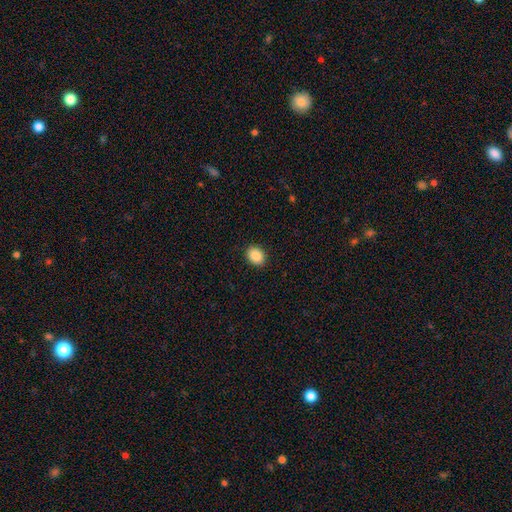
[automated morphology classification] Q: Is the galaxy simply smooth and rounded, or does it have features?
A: smooth — 88%.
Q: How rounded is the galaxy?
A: in between — 54%.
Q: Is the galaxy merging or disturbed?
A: none — 90%.